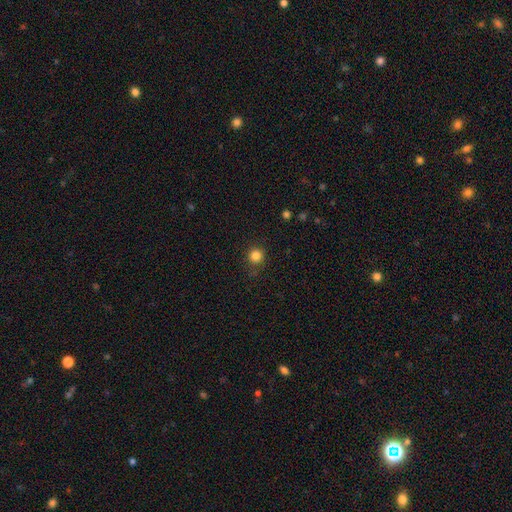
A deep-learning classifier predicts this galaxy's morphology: A smooth galaxy with no disk features (83%) that is round (93%).

Vote fractions:
- Smooth or featured? smooth: 83% / star or artifact: 13% / featured or disk: 4%
- How rounded? round: 93% / in between: 6% / cigar-shaped: 1%
- Merging? none: 85% / minor disturbance: 11% / major disturbance: 3% / merger: 1%